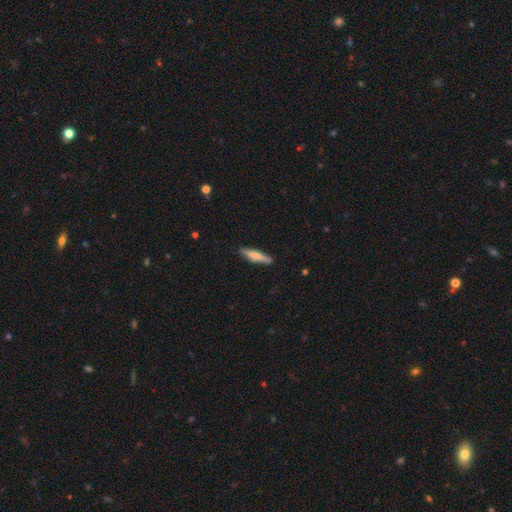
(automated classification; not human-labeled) This appears to be a smooth galaxy with no disk features (70%) that is cigar-shaped (84%). Merging: none (86%).